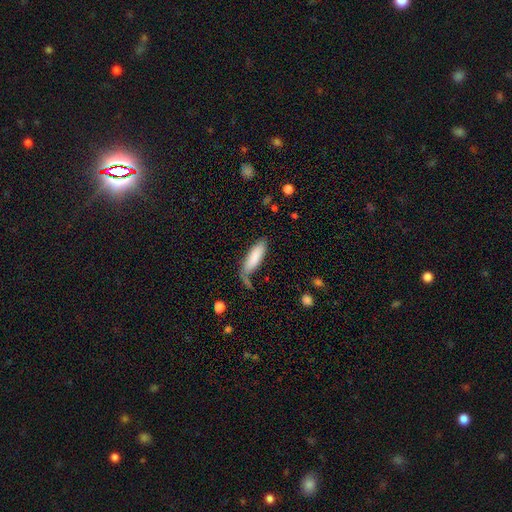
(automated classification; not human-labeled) smooth-or-featured: smooth: 82% | featured or disk: 12% | star or artifact: 6%
  how-rounded: cigar-shaped: 51% | in between: 47% | round: 2%
  merging: none: 52% | minor disturbance: 25% | major disturbance: 13% | merger: 10%